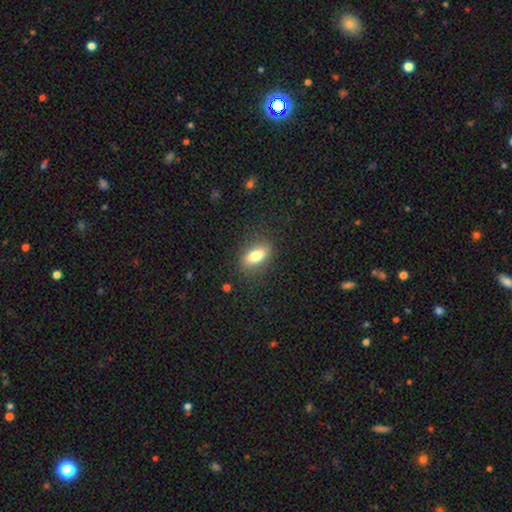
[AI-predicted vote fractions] This is likely a smooth galaxy (77%). How rounded: clearly in between (81%). Merging: clearly none (84%).